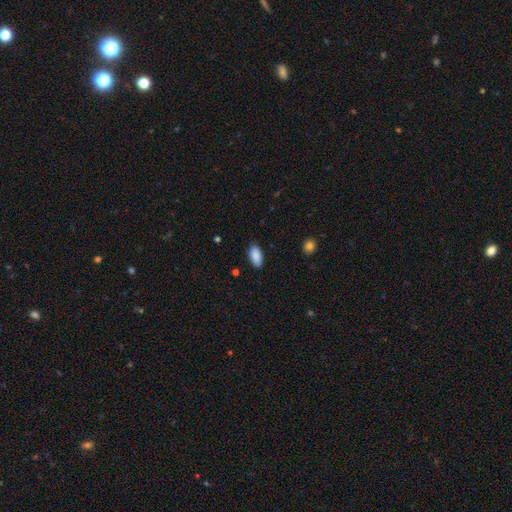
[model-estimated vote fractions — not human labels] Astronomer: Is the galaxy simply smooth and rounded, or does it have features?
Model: smooth — 89%.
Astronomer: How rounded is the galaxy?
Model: in between — 91%.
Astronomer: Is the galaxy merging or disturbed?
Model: none — 86%.